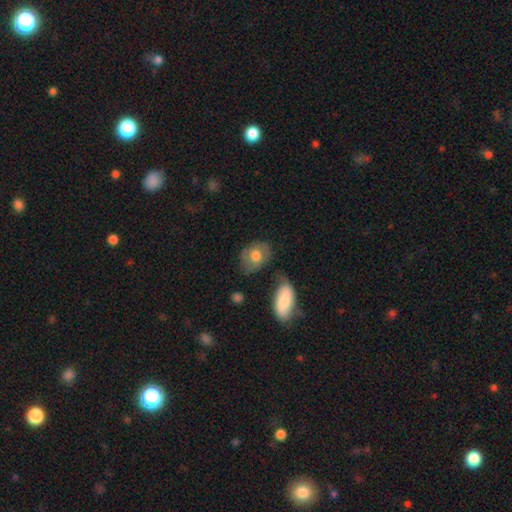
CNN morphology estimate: type=smooth (64%); roundness=in between (63%); merging=none (56%).